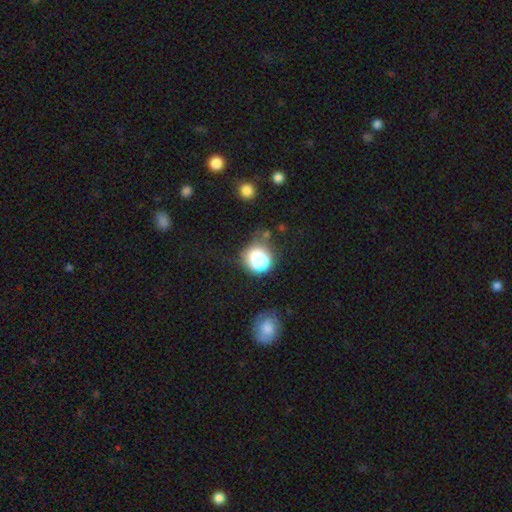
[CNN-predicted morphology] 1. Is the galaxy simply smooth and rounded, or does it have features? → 67% smooth, 19% star or artifact, 14% featured or disk.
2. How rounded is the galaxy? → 79% round, 20% in between, 1% cigar-shaped.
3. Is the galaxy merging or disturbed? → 52% none, 21% minor disturbance, 14% major disturbance, 13% merger.